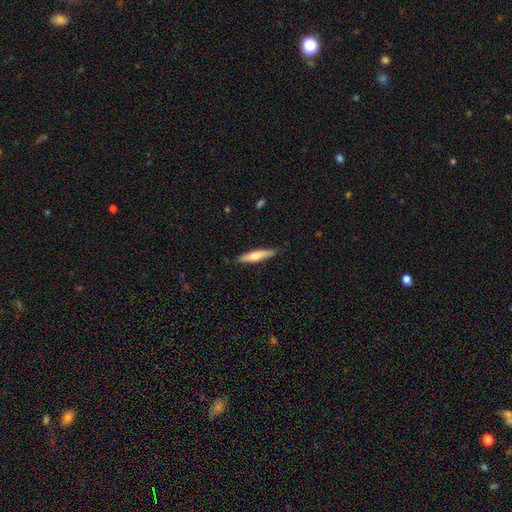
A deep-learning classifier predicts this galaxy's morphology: Smooth or featured? Predicted: smooth (p=0.60). How rounded? Predicted: cigar-shaped (p=0.85). Merging? Predicted: none (p=0.86).